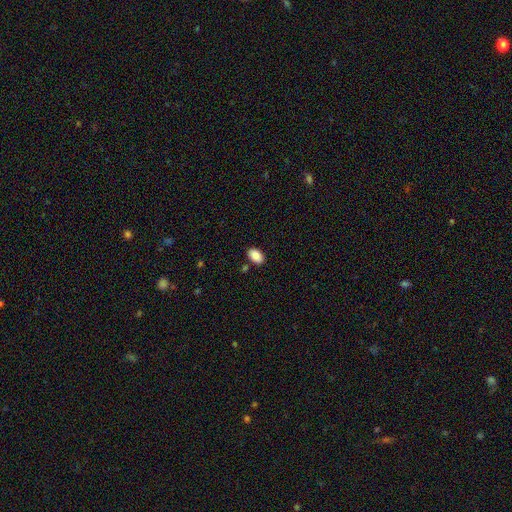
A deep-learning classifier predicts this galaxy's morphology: Smooth or featured?
  - smooth: 89% *
  - star or artifact: 7%
  - featured or disk: 4%
How rounded?
  - in between: 92% *
  - round: 6%
  - cigar-shaped: 1%
Merging?
  - none: 85% *
  - minor disturbance: 9%
  - merger: 3%
  - major disturbance: 2%